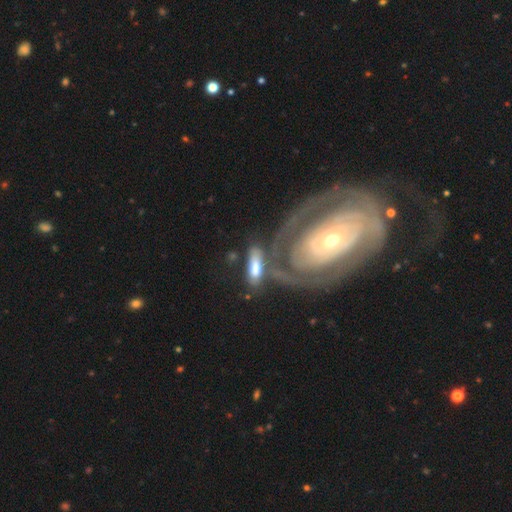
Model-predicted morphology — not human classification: featured or disk 64%, smooth 29%, star or artifact 7%. Down the decision tree: edge-on disk — no (84%); bar — no (69%); spiral arms — yes (68%); bulge size — small (49%); merging — none (48%).